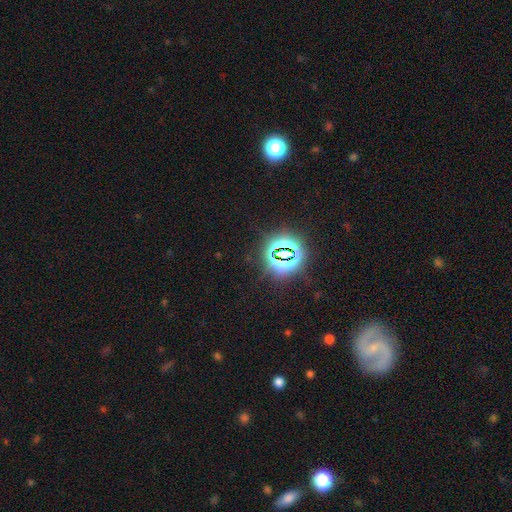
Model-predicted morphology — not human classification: A star or artifact, not a galaxy (65%).

Vote fractions:
- Smooth or featured? star or artifact: 65% / smooth: 18% / featured or disk: 16%